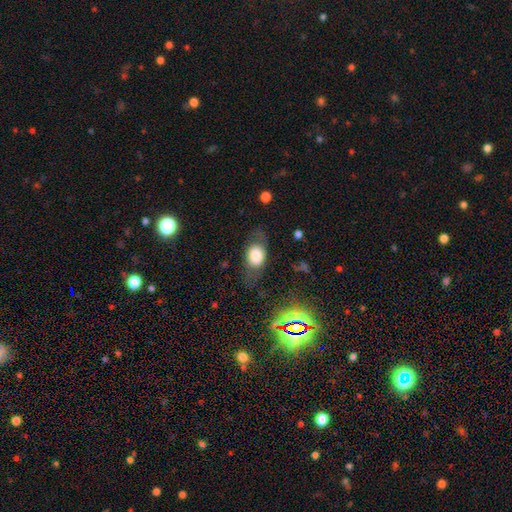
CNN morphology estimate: This is likely a smooth galaxy (68%). How rounded: likely in between (74%). Merging: likely none (65%).